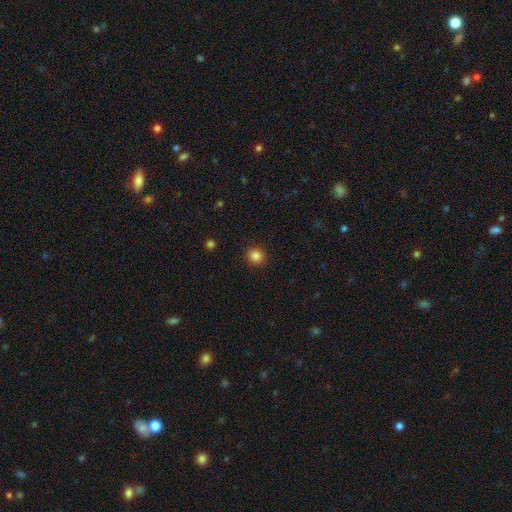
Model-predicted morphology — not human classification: smooth 85%, star or artifact 11%, featured or disk 3%. Down the decision tree: how rounded — round (86%); merging — none (91%).